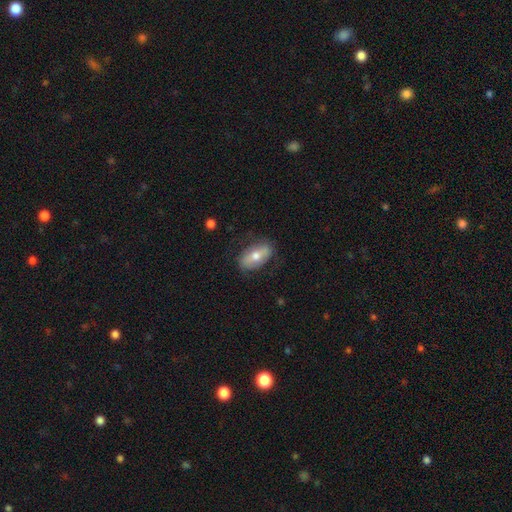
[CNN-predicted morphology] Q: Smooth or featured?
A: smooth (60%); runner-up: featured or disk (34%)
Q: How rounded?
A: in between (89%); runner-up: cigar-shaped (6%)
Q: Merging?
A: none (75%); runner-up: minor disturbance (18%)